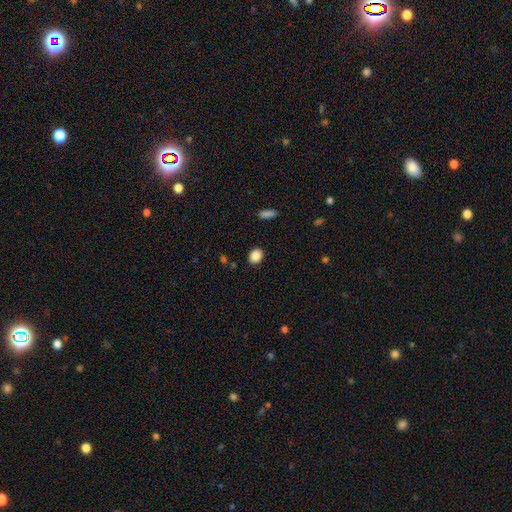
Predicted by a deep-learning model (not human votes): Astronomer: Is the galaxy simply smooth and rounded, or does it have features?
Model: smooth — 87%.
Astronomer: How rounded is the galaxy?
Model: round — 52% (runner-up: in between, 46%).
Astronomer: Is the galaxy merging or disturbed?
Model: none — 88%.